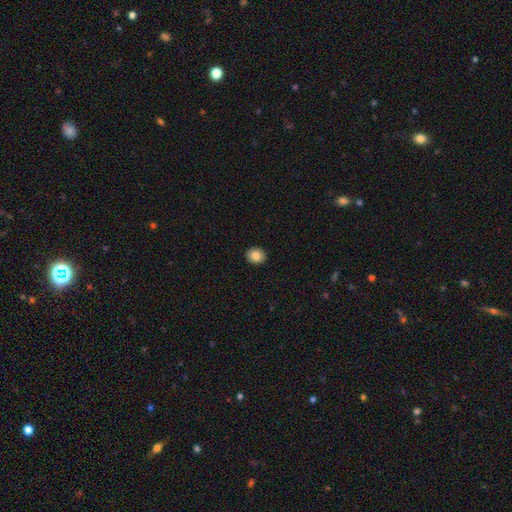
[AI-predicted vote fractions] This appears to be a smooth galaxy with no disk features (84%) that is round (64%). Merging: none (92%).